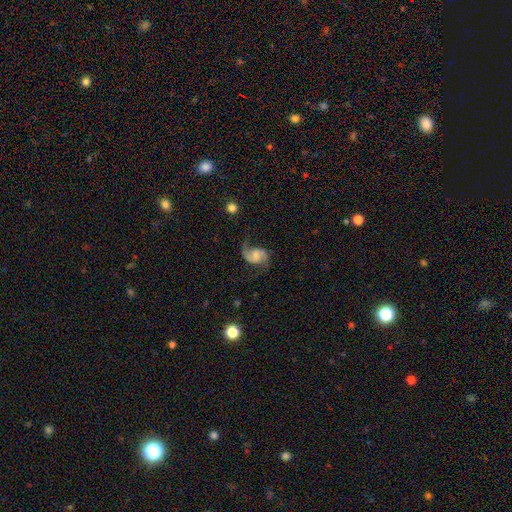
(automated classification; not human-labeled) Q: Smooth or featured?
A: featured or disk (82%); runner-up: smooth (11%)
Q: Edge-on disk?
A: no (98%); runner-up: yes (2%)
Q: Bar?
A: no (49%); runner-up: weak (41%)
Q: Spiral arms?
A: yes (96%); runner-up: no (4%)
Q: Spiral winding?
A: loose (53%); runner-up: medium (38%)
Q: Spiral arm count?
A: 2 (92%); runner-up: 1 (3%)
Q: Bulge size?
A: small (34%); runner-up: moderate (30%)
Q: Merging?
A: none (69%); runner-up: minor disturbance (18%)